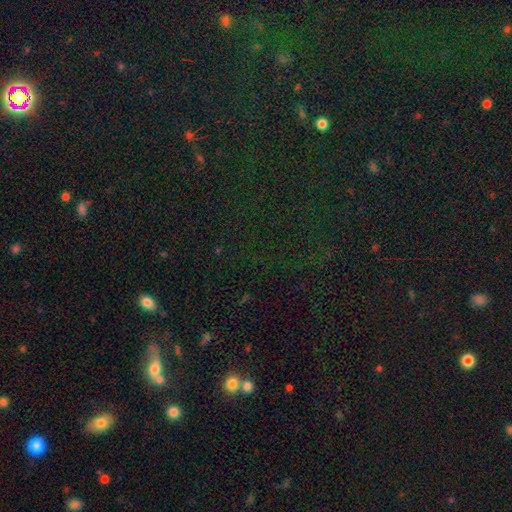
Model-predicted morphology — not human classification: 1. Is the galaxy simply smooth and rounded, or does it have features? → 72% star or artifact, 19% smooth, 9% featured or disk.